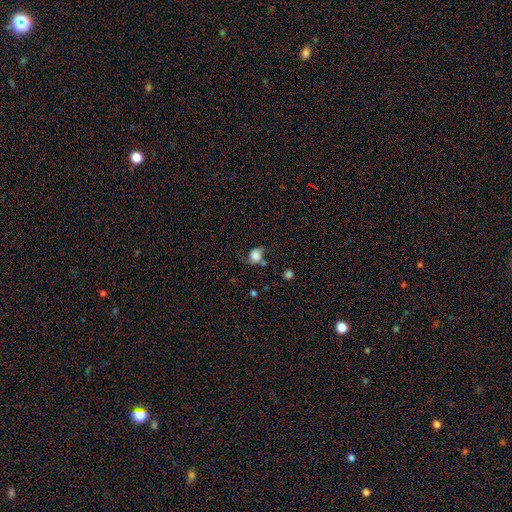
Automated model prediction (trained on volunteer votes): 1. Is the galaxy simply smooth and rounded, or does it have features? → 71% smooth, 18% featured or disk, 11% star or artifact.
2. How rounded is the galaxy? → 55% round, 44% in between, 1% cigar-shaped.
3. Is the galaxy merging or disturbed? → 44% none, 31% minor disturbance, 17% major disturbance, 8% merger.